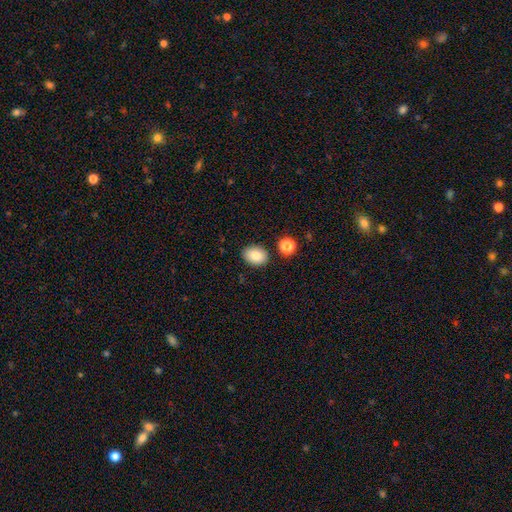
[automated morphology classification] The model was most divided on "how rounded": in between: 73%, round: 26%, cigar-shaped: 1%. More confident: smooth or featured — smooth (85%); merging — none (84%).